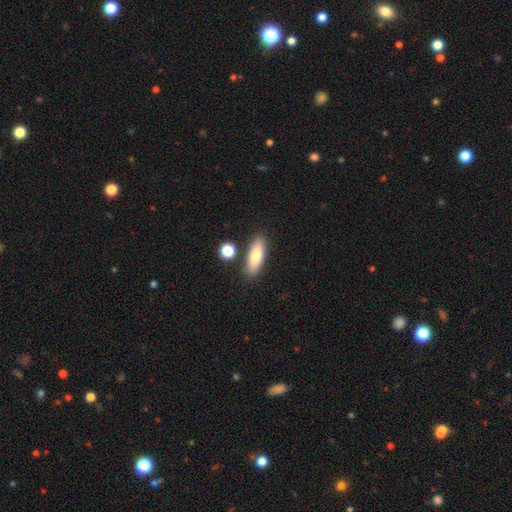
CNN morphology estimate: A smooth galaxy with no disk features (75%) that is in between round and cigar-shaped (57%). Merging: none (83%).